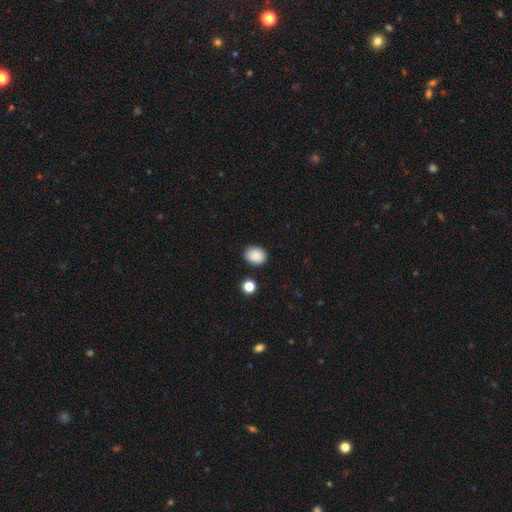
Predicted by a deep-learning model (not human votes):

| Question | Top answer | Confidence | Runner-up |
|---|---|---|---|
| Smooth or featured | smooth | 88% | star or artifact (8%) |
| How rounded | in between | 53% | round (46%) |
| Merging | none | 87% | minor disturbance (8%) |